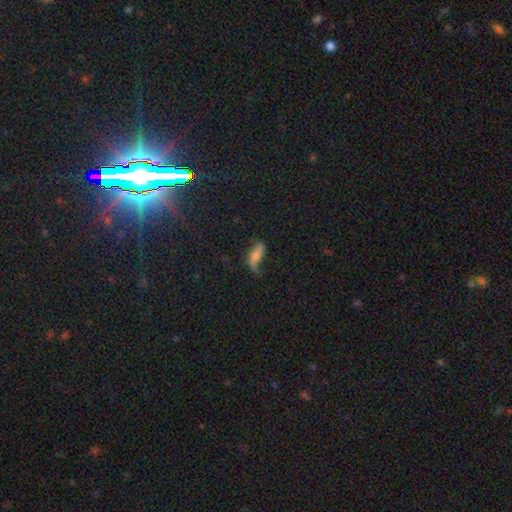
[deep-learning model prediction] Overall: featured or disk (49%; smooth 40%). Merging: none (46%; minor disturbance 28%).